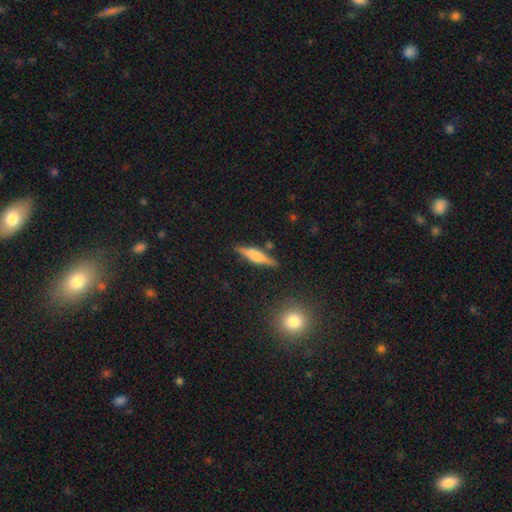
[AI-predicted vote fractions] The model was most divided on "smooth or featured": featured or disk: 50%, smooth: 42%, star or artifact: 8%. More confident: edge-on disk — yes (95%); merging — none (84%).